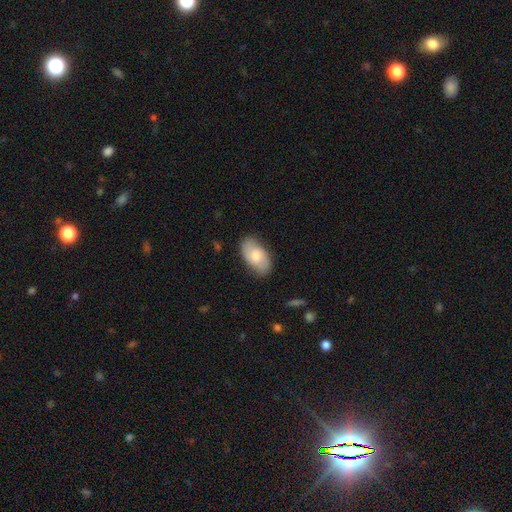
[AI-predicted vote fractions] smooth 61%, featured or disk 33%, star or artifact 6%. Down the decision tree: how rounded — in between (94%); merging — none (79%).